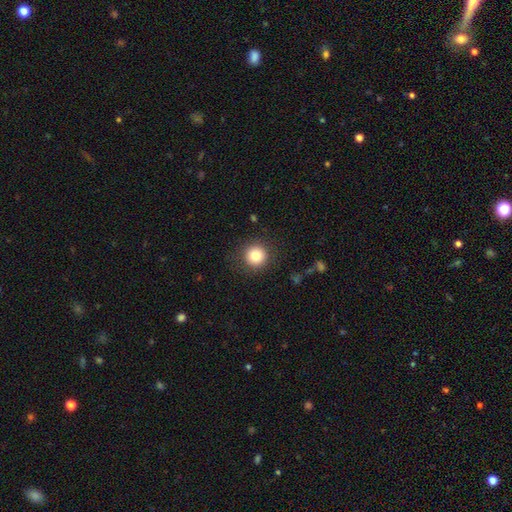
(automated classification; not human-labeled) Morphology: type=smooth (83%); roundness=round (94%); merging=none (89%).